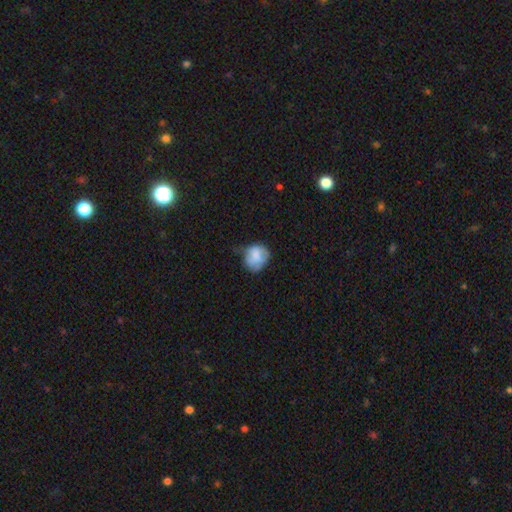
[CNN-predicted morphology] Smooth or featured? Predicted: smooth (p=0.77). How rounded? Predicted: round (p=0.62). Merging? Predicted: minor disturbance (p=0.41).